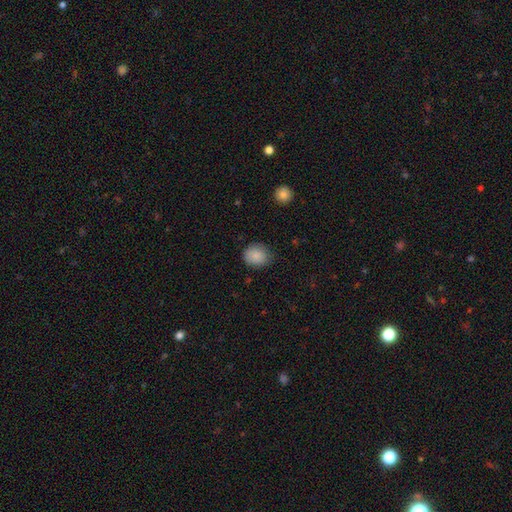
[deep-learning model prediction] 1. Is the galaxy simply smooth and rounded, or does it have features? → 87% smooth, 8% star or artifact, 5% featured or disk.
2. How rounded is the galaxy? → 70% round, 29% in between, 1% cigar-shaped.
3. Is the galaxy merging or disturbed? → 77% none, 18% minor disturbance, 4% major disturbance, 1% merger.